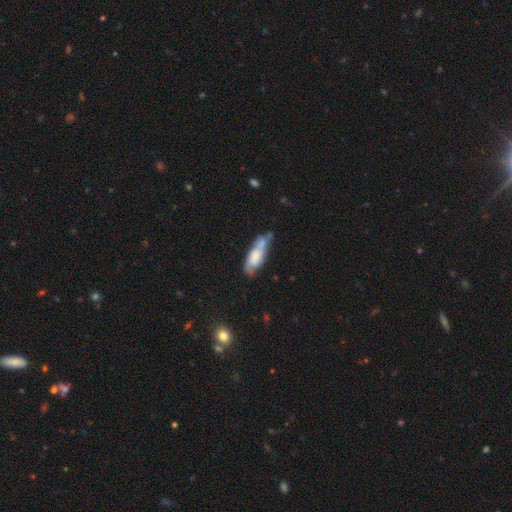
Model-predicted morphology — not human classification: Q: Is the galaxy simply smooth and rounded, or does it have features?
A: smooth — 54%.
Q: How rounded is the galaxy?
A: in between — 55%.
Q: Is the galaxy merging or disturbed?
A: none — 43%.